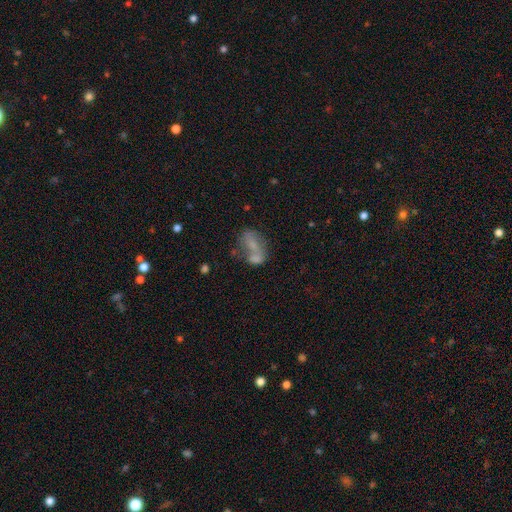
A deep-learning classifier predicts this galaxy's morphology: type=smooth (58%); roundness=in between (82%); merging=merger (50%).